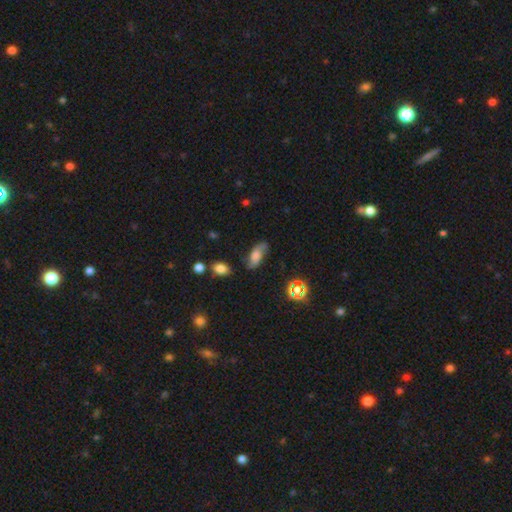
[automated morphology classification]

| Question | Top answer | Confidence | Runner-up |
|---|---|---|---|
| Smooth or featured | featured or disk | 46% | smooth (42%) |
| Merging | none | 66% | minor disturbance (23%) |